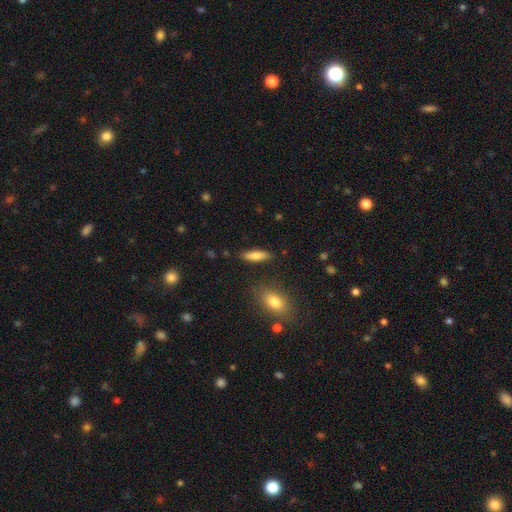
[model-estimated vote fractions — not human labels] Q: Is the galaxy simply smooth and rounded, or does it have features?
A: smooth — 78%.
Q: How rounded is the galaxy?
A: cigar-shaped — 52%.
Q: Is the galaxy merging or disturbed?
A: none — 85%.